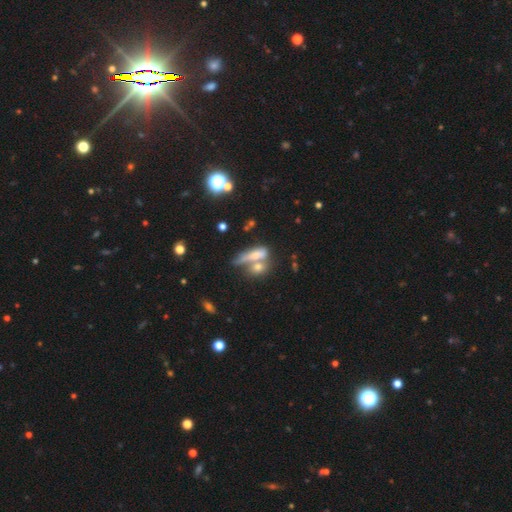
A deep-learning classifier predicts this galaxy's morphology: Q: Smooth or featured?
A: smooth (63%); runner-up: featured or disk (27%)
Q: How rounded?
A: in between (46%); runner-up: cigar-shaped (45%)
Q: Merging?
A: merger (49%); runner-up: none (31%)